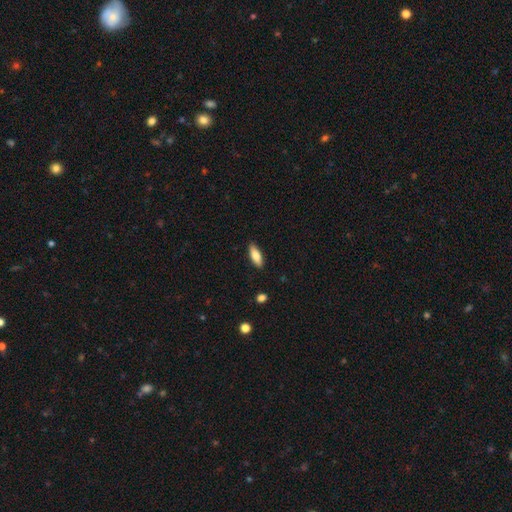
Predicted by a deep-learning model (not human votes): A smooth galaxy with no disk features (77%) that is in between round and cigar-shaped (68%).

Vote fractions:
- Smooth or featured? smooth: 77% / featured or disk: 17% / star or artifact: 6%
- How rounded? in between: 68% / cigar-shaped: 30% / round: 2%
- Merging? none: 89% / minor disturbance: 9% / major disturbance: 2% / merger: 1%